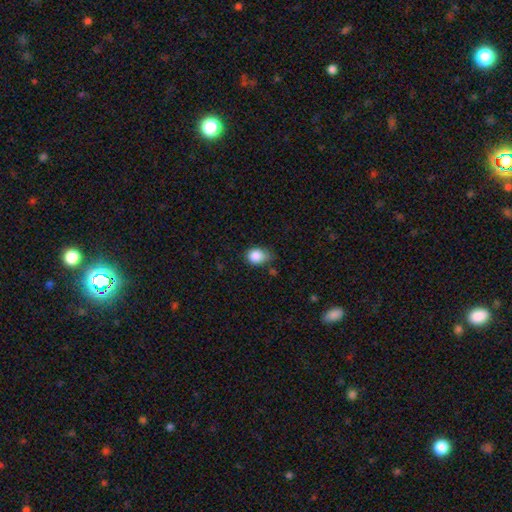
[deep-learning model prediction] Smooth or featured? smooth (86%)
How rounded? in between (51%)
Merging? none (47%)